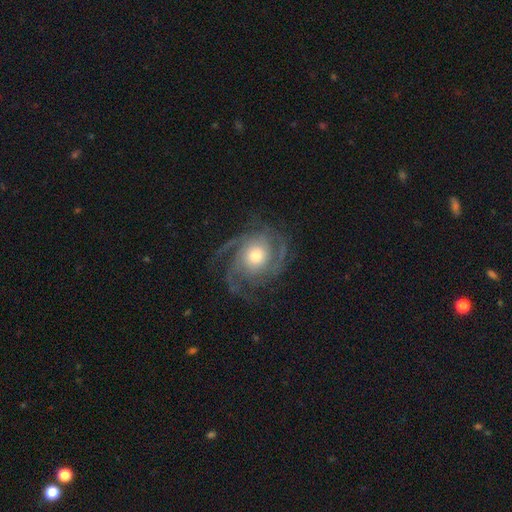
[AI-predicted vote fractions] This appears to be a featured or disk galaxy (86%) with no bar (79%), 3 (36%) tight (44%) spiral arms (96%) and a moderate central bulge (64%). Merging: none (68%).